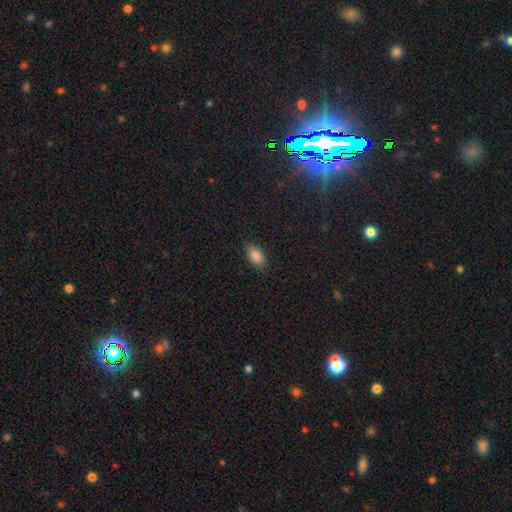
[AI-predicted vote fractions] Smooth or featured: smooth — 86% (star or artifact — 8%)
How rounded: in between — 91% (round — 5%)
Merging: none — 86% (minor disturbance — 11%)